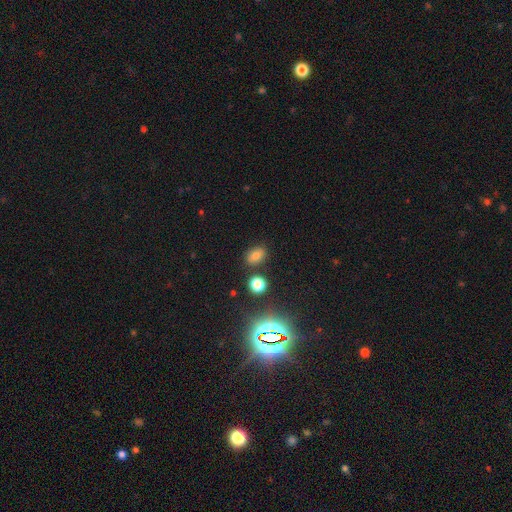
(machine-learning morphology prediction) Smooth or featured?
  - smooth: 70% *
  - star or artifact: 20%
  - featured or disk: 10%
How rounded?
  - in between: 73% *
  - round: 25%
  - cigar-shaped: 2%
Merging?
  - none: 81% *
  - minor disturbance: 10%
  - merger: 5%
  - major disturbance: 3%